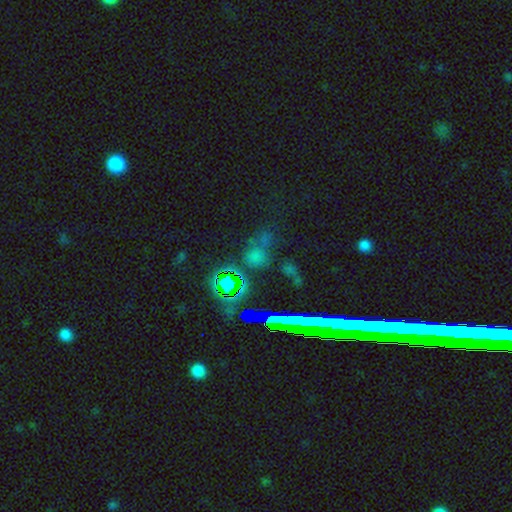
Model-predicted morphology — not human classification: This appears to be a star or artifact, not a galaxy (56%).